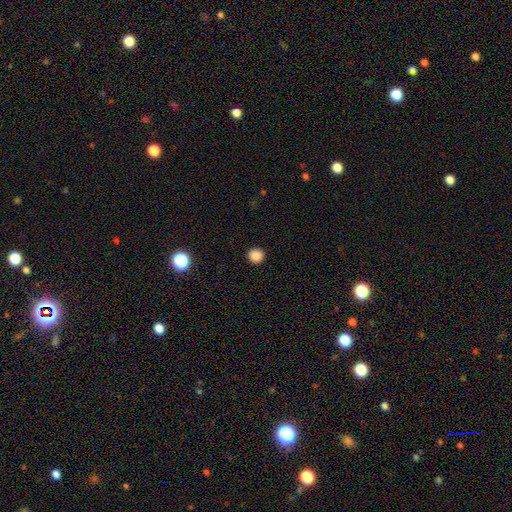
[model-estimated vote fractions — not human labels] A smooth galaxy with no disk features (86%) that is round (93%).

Vote fractions:
- Smooth or featured? smooth: 86% / star or artifact: 11% / featured or disk: 3%
- How rounded? round: 93% / in between: 6% / cigar-shaped: 1%
- Merging? none: 92% / minor disturbance: 5% / major disturbance: 2% / merger: 1%